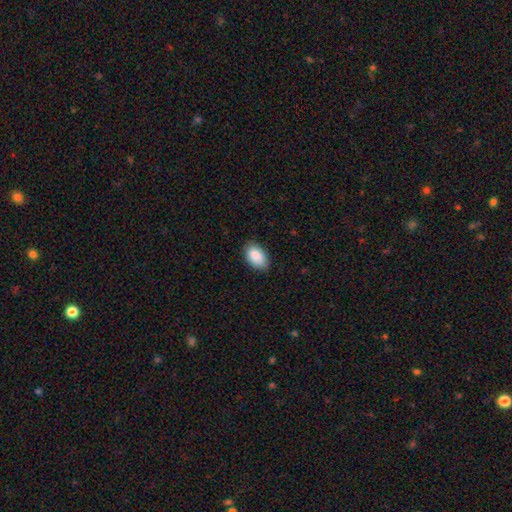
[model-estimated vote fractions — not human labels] A smooth galaxy with no disk features (89%) that is in between round and cigar-shaped (92%).

Vote fractions:
- Smooth or featured? smooth: 89% / star or artifact: 6% / featured or disk: 5%
- How rounded? in between: 92% / round: 6% / cigar-shaped: 1%
- Merging? none: 82% / minor disturbance: 14% / major disturbance: 2% / merger: 1%